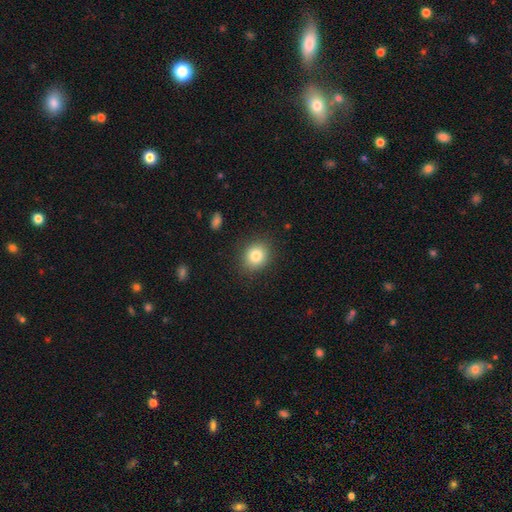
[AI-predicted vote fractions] A smooth galaxy with no disk features (82%) that is round (71%). Merging: none (87%).